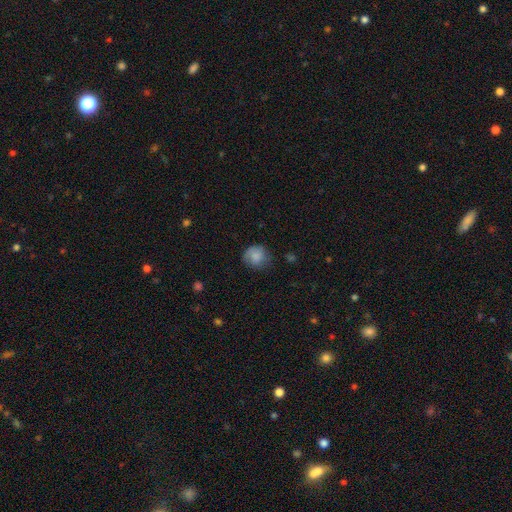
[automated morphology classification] Smooth or featured? Predicted: smooth (p=0.80). How rounded? Predicted: round (p=0.84). Merging? Predicted: none (p=0.68).